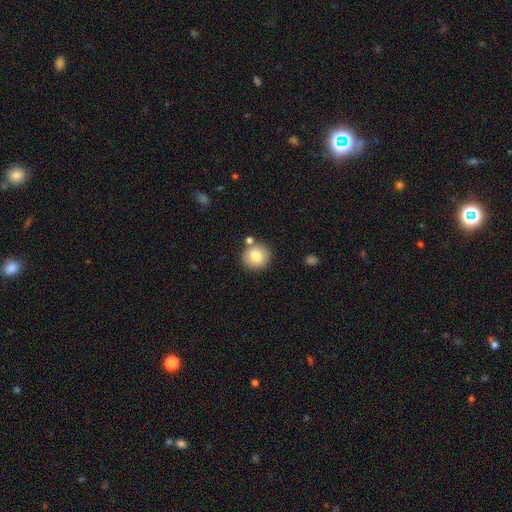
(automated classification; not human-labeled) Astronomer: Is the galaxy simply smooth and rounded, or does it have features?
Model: smooth — 81%.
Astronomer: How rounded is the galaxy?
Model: round — 91%.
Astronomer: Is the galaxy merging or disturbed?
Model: none — 79%.